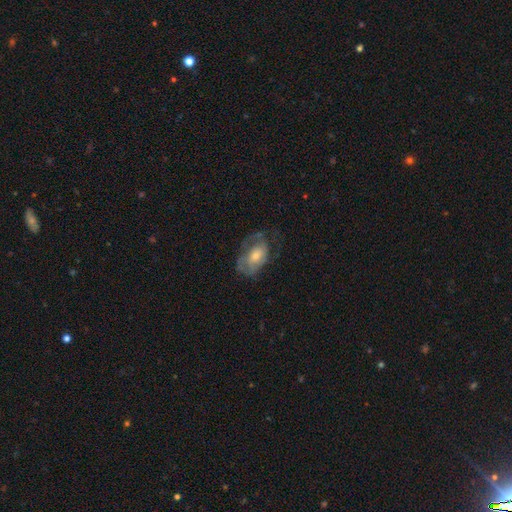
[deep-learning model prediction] smooth-or-featured: featured or disk: 55% | smooth: 37% | star or artifact: 8%
  disk-edge-on: no: 94% | yes: 6%
    bar: no: 73% | weak: 22% | strong: 5%
    has-spiral-arms: yes: 60% | no: 40%
    bulge-size: moderate: 55% | small: 29% | large: 12% | none: 3% | dominant: 2%
  merging: none: 48% | minor disturbance: 26% | major disturbance: 25% | merger: 1%